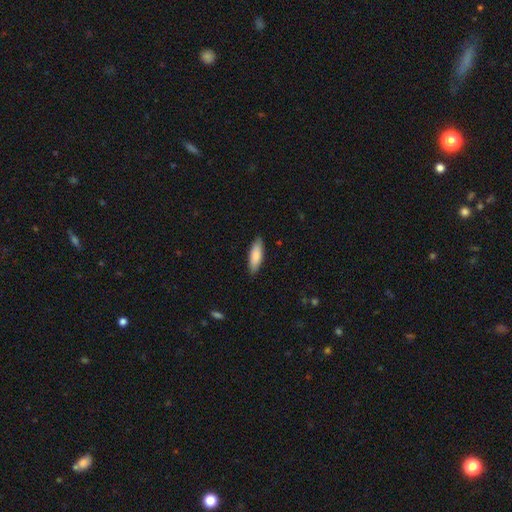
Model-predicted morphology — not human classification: type=smooth (85%); roundness=in between (58%); merging=none (87%).